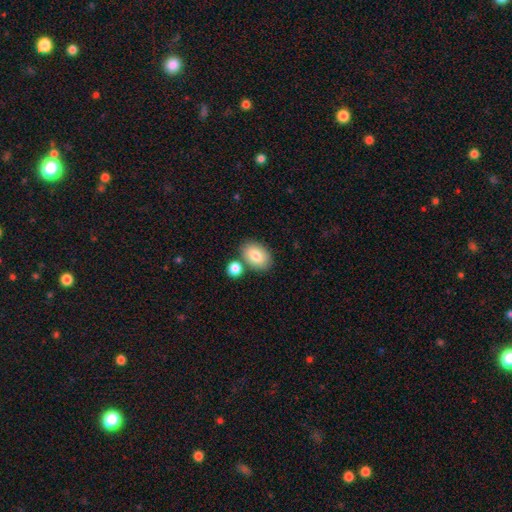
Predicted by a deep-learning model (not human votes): This is clearly a smooth galaxy (81%). How rounded: clearly in between (85%). Merging: likely none (71%).